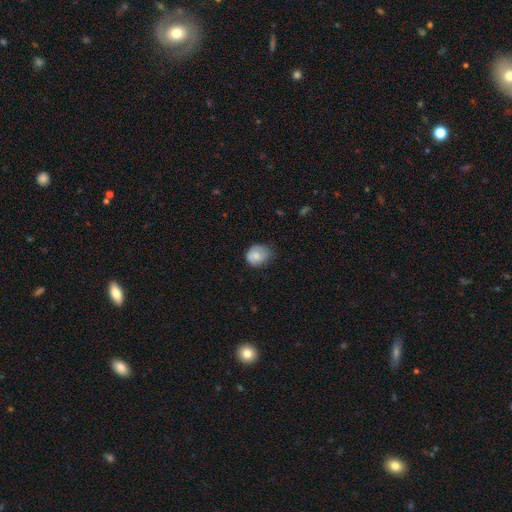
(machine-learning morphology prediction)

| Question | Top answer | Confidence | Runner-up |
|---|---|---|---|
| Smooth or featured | smooth | 75% | featured or disk (18%) |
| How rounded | round | 57% | in between (42%) |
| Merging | none | 52% | minor disturbance (37%) |